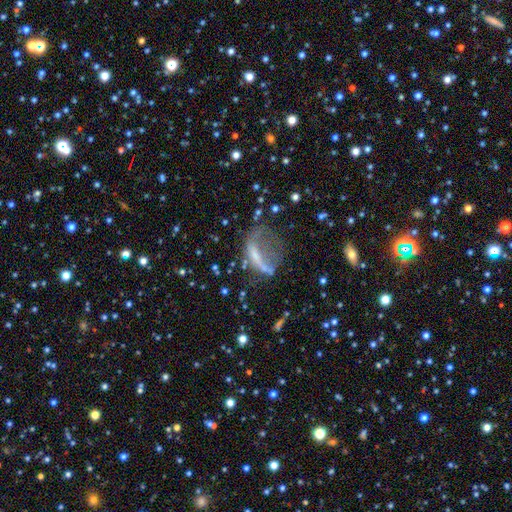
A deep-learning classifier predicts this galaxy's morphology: type=star or artifact (47%).